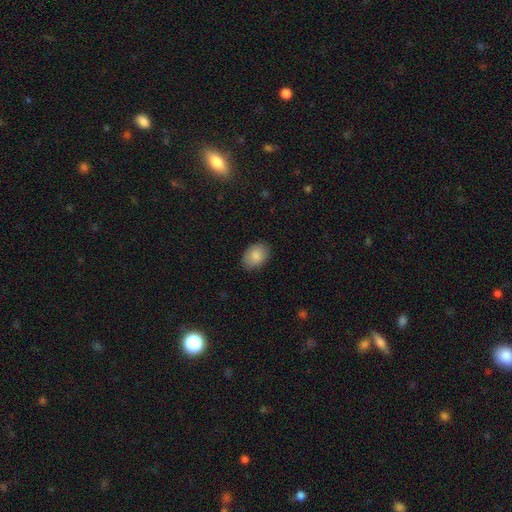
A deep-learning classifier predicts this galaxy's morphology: type=smooth (86%); roundness=in between (81%); merging=none (86%).